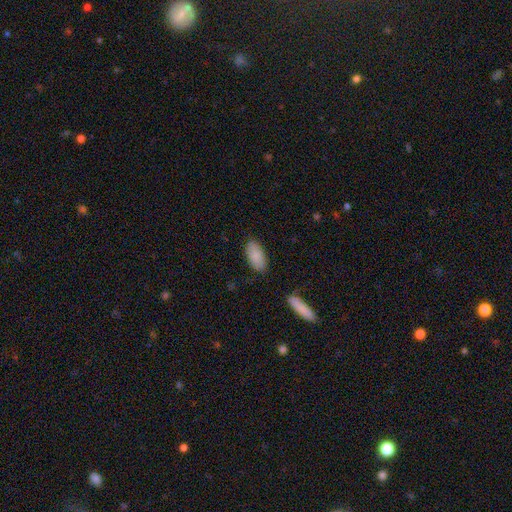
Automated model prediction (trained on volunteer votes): Morphology: type=smooth (87%); roundness=in between (93%); merging=none (85%).